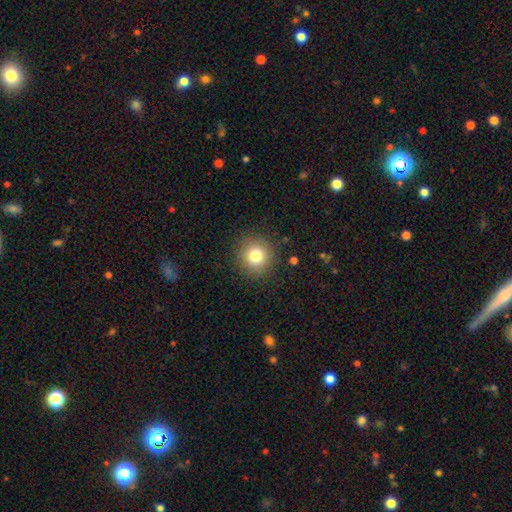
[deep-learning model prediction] smooth_or_featured: smooth (p=0.80) [alt: star or artifact p=0.12]
how_rounded: round (p=0.93) [alt: in between p=0.06]
merging: none (p=0.89) [alt: minor disturbance p=0.07]